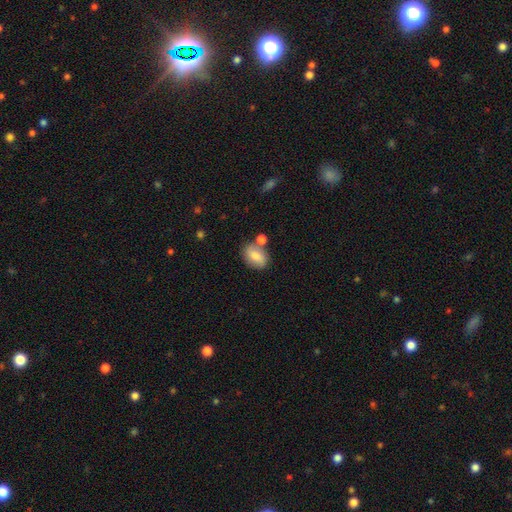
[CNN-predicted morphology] Smooth or featured? smooth (69%)
How rounded? in between (75%)
Merging? none (65%)